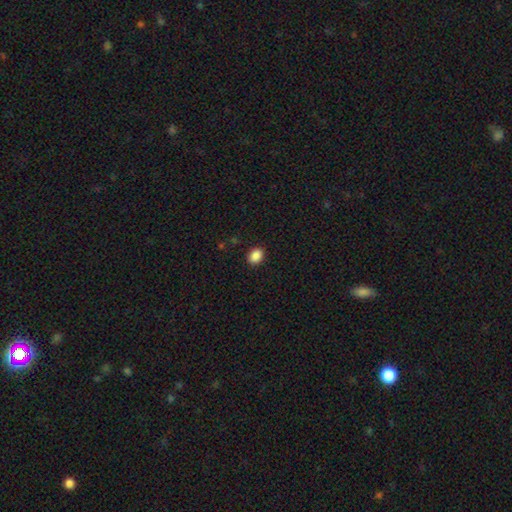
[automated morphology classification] The model was most divided on "how rounded": in between: 59%, round: 40%, cigar-shaped: 1%. More confident: merging — none (90%); smooth or featured — smooth (88%).